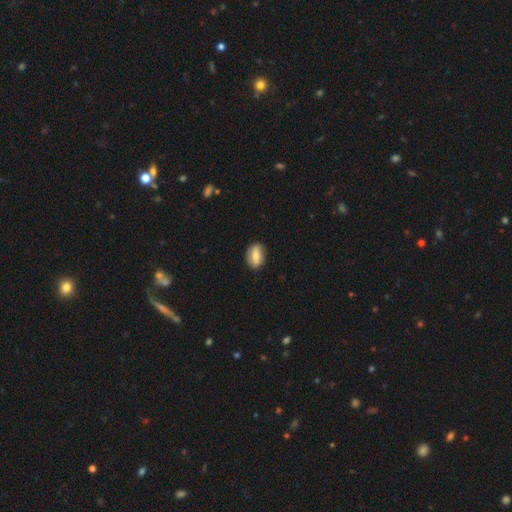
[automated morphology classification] smooth_or_featured: smooth (p=0.59) [alt: featured or disk p=0.33]
how_rounded: in between (p=0.77) [alt: round p=0.18]
merging: none (p=0.79) [alt: minor disturbance p=0.16]